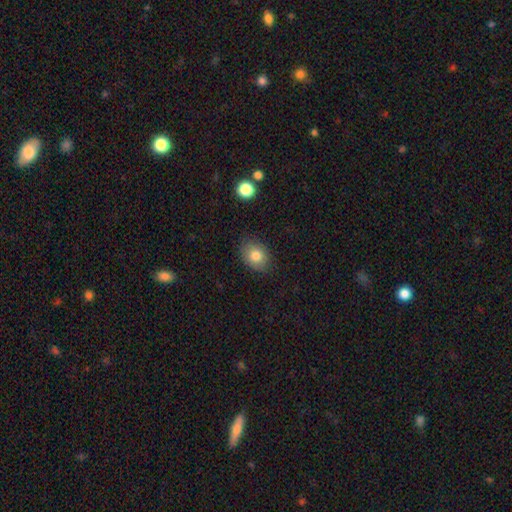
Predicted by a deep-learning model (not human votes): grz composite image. It shows a smooth galaxy with no disk features (80%) that is in between round and cigar-shaped (57%). Merging: none (81%).